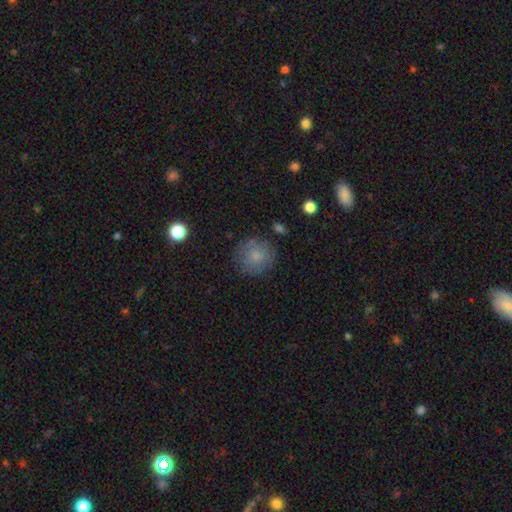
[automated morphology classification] smooth-or-featured: smooth: 72% | featured or disk: 19% | star or artifact: 9%
  how-rounded: round: 89% | in between: 10% | cigar-shaped: 1%
  merging: none: 75% | minor disturbance: 17% | major disturbance: 6% | merger: 2%